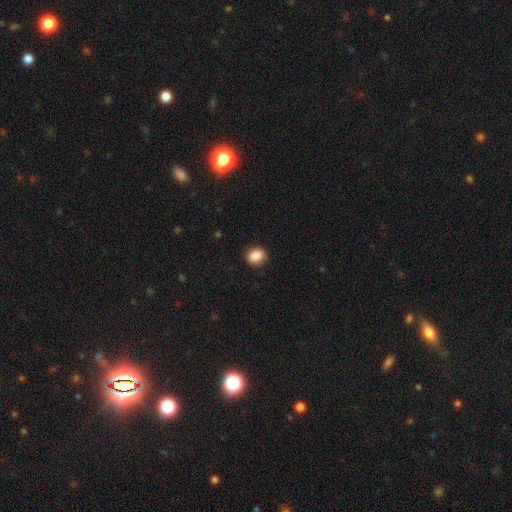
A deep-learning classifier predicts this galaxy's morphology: Q: Smooth or featured?
A: smooth (87%); runner-up: star or artifact (9%)
Q: How rounded?
A: round (50%); runner-up: in between (49%)
Q: Merging?
A: none (88%); runner-up: minor disturbance (9%)